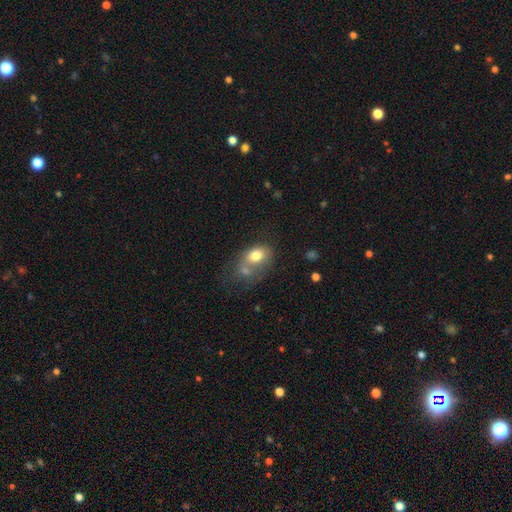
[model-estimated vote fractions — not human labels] Smooth or featured? smooth (74%)
How rounded? in between (74%)
Merging? merger (44%)